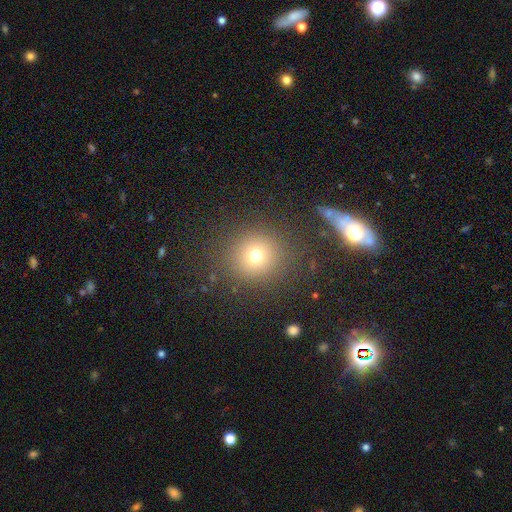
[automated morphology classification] smooth 71%, star or artifact 18%, featured or disk 10%. Down the decision tree: how rounded — round (91%); merging — none (85%).